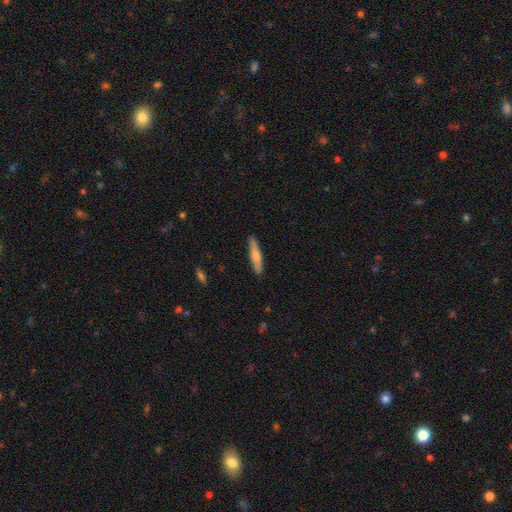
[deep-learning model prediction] smooth 59%, featured or disk 35%, star or artifact 6%. Down the decision tree: how rounded — cigar-shaped (90%); merging — none (90%).